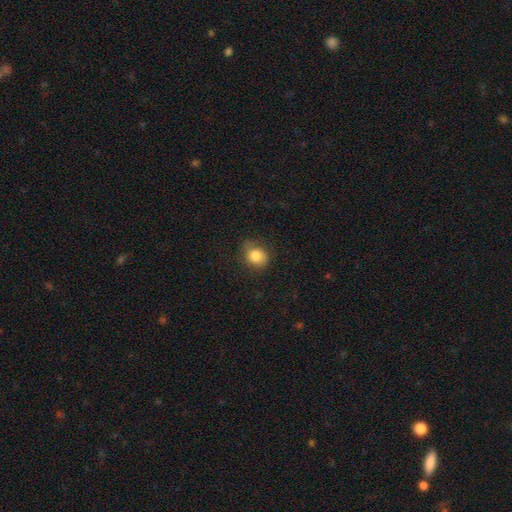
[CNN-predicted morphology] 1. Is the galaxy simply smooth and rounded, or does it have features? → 82% smooth, 10% star or artifact, 8% featured or disk.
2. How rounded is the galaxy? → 67% round, 32% in between, 1% cigar-shaped.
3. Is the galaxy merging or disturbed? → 71% none, 21% minor disturbance, 6% major disturbance, 1% merger.